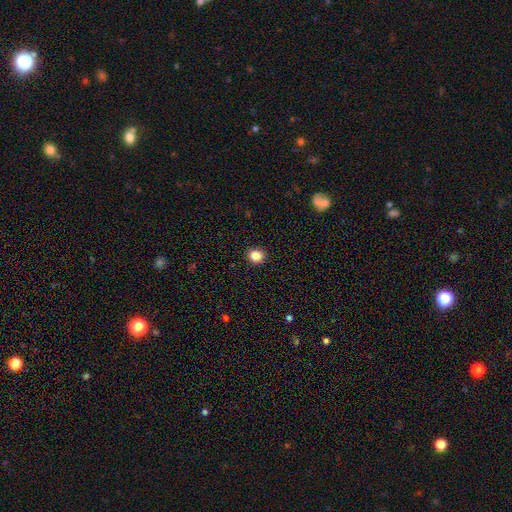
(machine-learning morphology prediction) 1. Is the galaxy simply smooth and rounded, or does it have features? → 84% smooth, 11% star or artifact, 4% featured or disk.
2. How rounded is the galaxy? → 88% round, 11% in between, 1% cigar-shaped.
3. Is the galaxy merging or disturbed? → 93% none, 5% minor disturbance, 2% major disturbance, 1% merger.